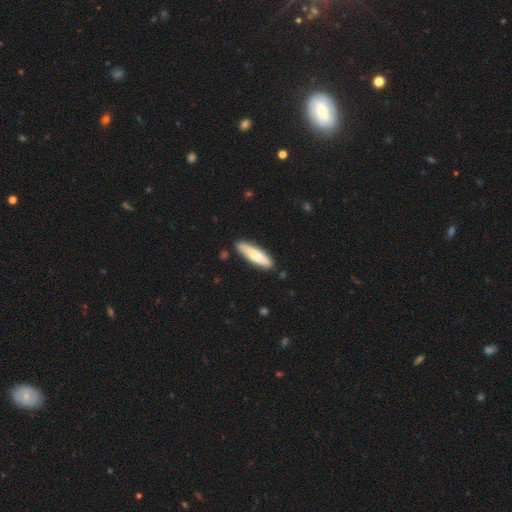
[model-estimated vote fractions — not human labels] smooth 73%, featured or disk 23%, star or artifact 5%. Down the decision tree: how rounded — cigar-shaped (67%); merging — none (86%).